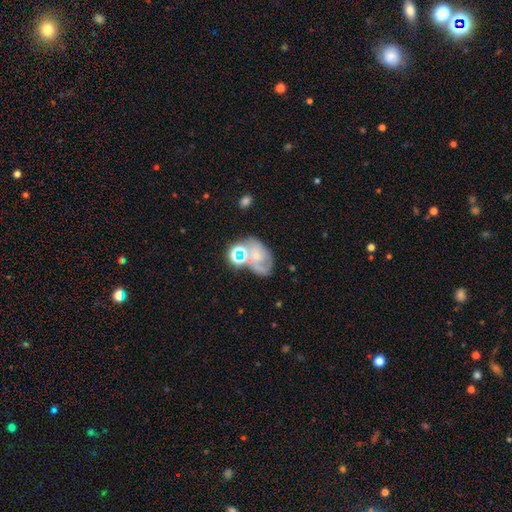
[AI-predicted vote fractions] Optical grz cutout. It shows a featured or disk galaxy (46%). Merging: none (37%).